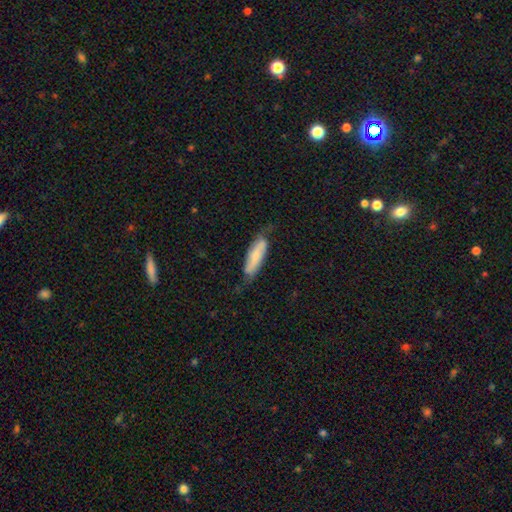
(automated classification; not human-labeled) smooth-or-featured: smooth: 60% | featured or disk: 34% | star or artifact: 6%
  how-rounded: cigar-shaped: 59% | in between: 39% | round: 2%
  merging: none: 60% | minor disturbance: 29% | major disturbance: 9% | merger: 2%